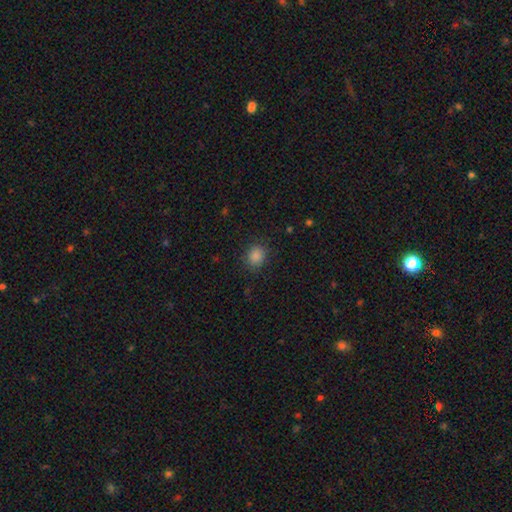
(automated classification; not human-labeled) A smooth galaxy with no disk features (84%) that is round (69%).

Vote fractions:
- Smooth or featured? smooth: 84% / star or artifact: 12% / featured or disk: 4%
- How rounded? round: 69% / in between: 30% / cigar-shaped: 1%
- Merging? none: 87% / minor disturbance: 9% / major disturbance: 3% / merger: 1%